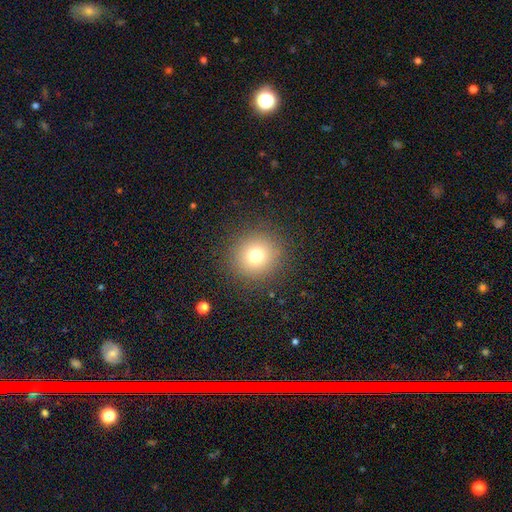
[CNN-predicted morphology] Smooth or featured? Predicted: smooth (p=0.74). How rounded? Predicted: round (p=0.93). Merging? Predicted: none (p=0.89).